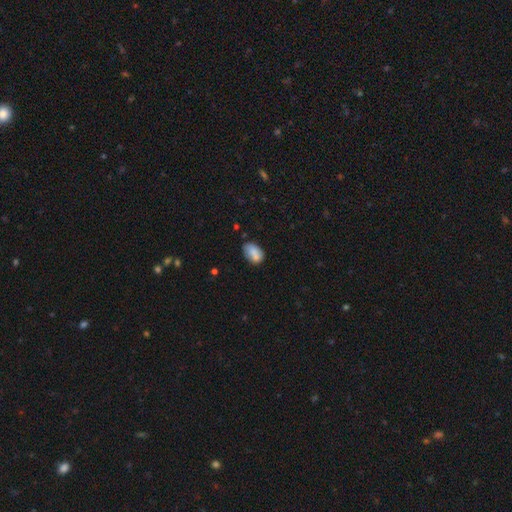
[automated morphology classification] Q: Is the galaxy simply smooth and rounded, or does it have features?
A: smooth — 81%.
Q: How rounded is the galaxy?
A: in between — 89%.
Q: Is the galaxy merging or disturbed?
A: none — 63%.